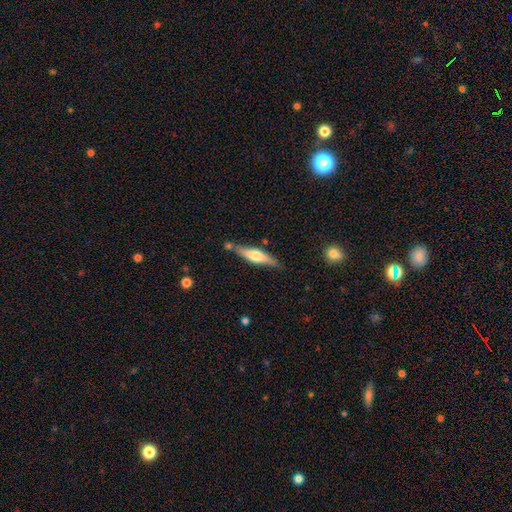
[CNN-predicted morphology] Smooth or featured? featured or disk (49%)
Merging? none (75%)